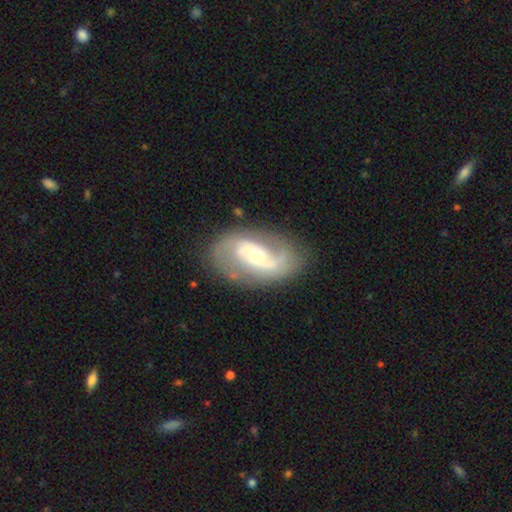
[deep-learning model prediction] The model was most divided on "bulge size": moderate: 50%, small: 45%, large: 4%, dominant: 1%, none: 1%. Remaining: edge-on disk — no (96%); spiral arms — yes (93%); spiral arm count — 2 (84%); smooth or featured — featured or disk (83%); merging — none (78%); bar — no (49%); spiral winding — medium (45%).